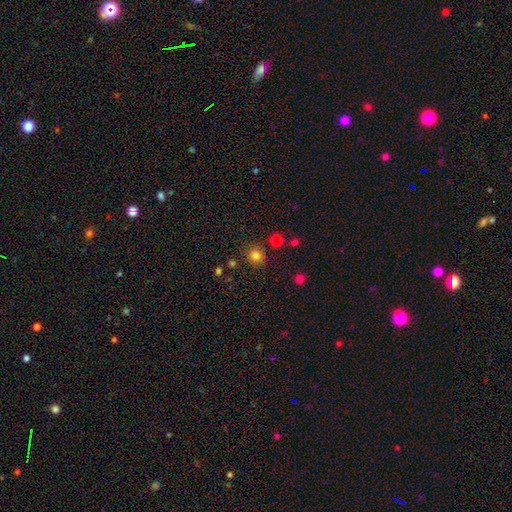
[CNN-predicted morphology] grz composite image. It shows a smooth galaxy with no disk features (80%) that is round (90%). Merging: none (85%).